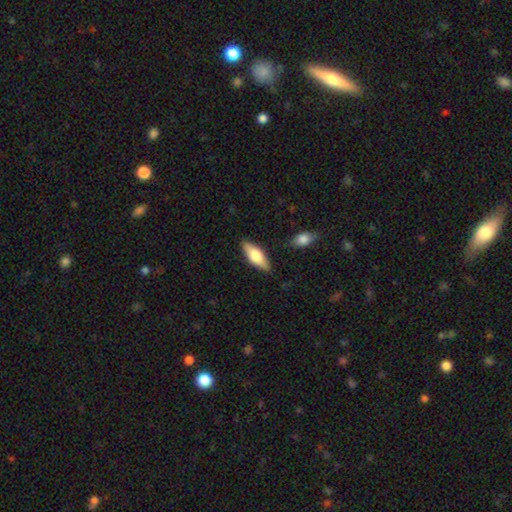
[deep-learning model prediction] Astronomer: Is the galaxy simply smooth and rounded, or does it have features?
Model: smooth — 66%.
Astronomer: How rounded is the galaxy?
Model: in between — 73%.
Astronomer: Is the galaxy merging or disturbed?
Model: none — 85%.